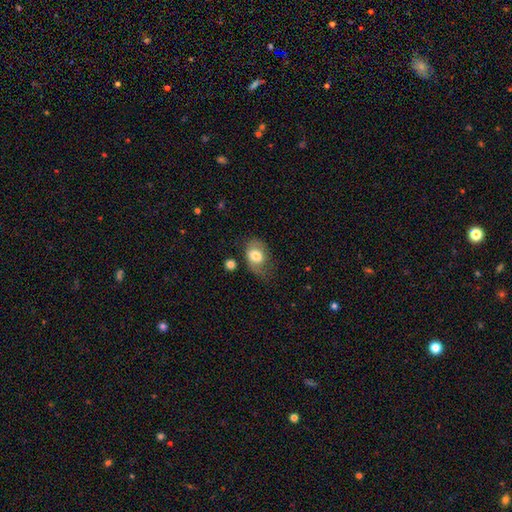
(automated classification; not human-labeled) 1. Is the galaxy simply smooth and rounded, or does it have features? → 70% smooth, 23% featured or disk, 7% star or artifact.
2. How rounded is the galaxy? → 71% in between, 27% round, 1% cigar-shaped.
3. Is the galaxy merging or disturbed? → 45% none, 31% minor disturbance, 19% major disturbance, 5% merger.